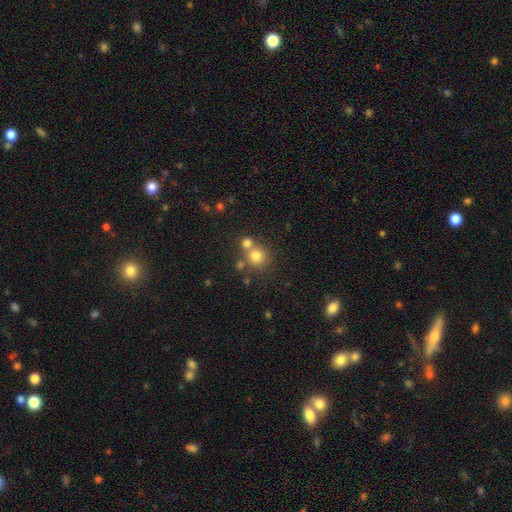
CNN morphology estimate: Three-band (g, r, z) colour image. It shows a smooth galaxy with no disk features (77%) that is round (89%). Merging: none (56%).